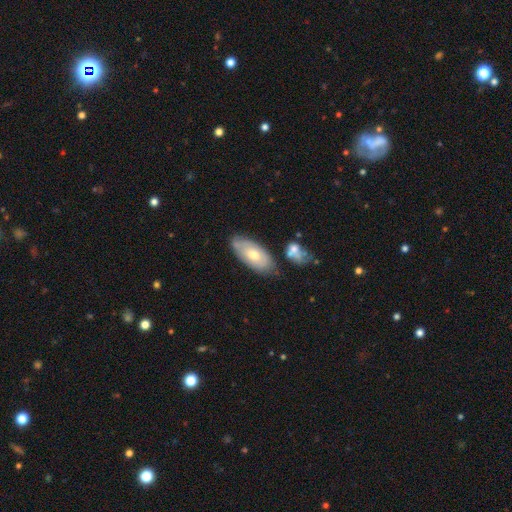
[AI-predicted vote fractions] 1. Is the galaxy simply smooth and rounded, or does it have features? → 52% smooth, 42% featured or disk, 6% star or artifact.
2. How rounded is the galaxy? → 90% in between, 8% cigar-shaped, 3% round.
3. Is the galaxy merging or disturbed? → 67% none, 19% minor disturbance, 9% merger, 5% major disturbance.